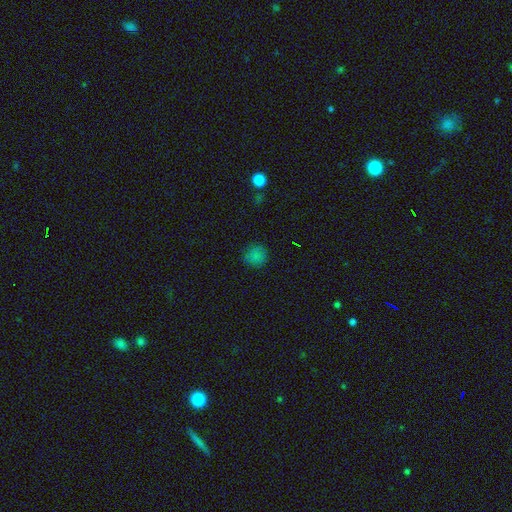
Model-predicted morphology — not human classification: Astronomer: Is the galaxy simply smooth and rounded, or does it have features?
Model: smooth — 77%.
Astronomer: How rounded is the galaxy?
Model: round — 87%.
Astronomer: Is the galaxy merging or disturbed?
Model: none — 83%.